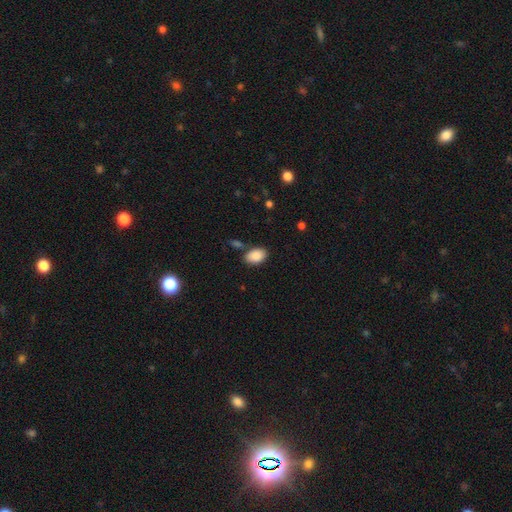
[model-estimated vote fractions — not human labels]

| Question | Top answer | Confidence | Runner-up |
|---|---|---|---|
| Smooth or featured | smooth | 89% | star or artifact (7%) |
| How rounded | in between | 89% | round (10%) |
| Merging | none | 76% | minor disturbance (13%) |